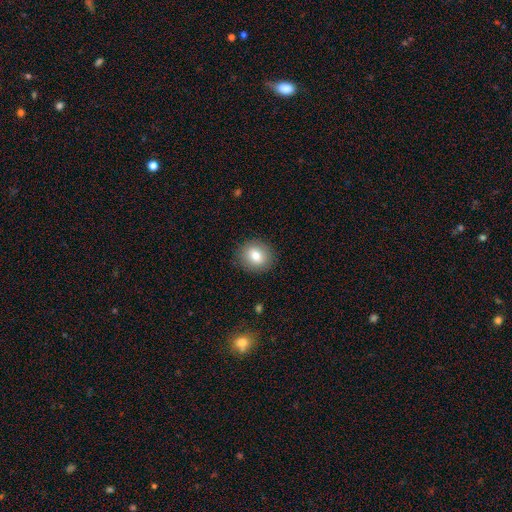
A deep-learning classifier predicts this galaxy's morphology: type=smooth (80%); roundness=round (70%); merging=none (88%).